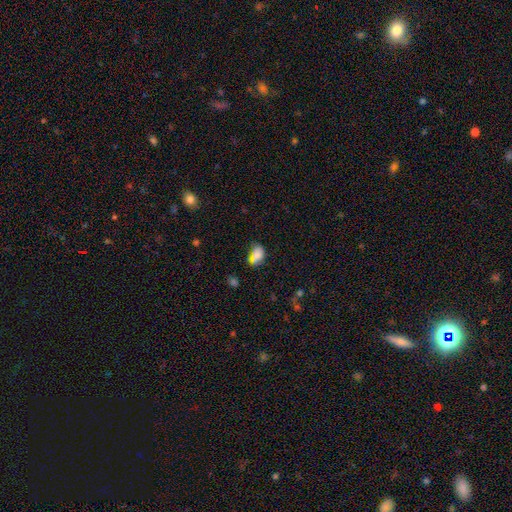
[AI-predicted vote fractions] Smooth or featured? smooth (76%)
How rounded? in between (74%)
Merging? none (53%)